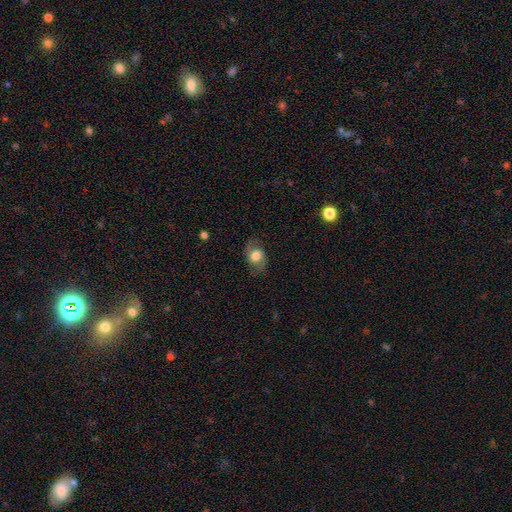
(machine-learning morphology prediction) This appears to be a smooth galaxy with no disk features (53%) that is in between round and cigar-shaped (64%). Merging: none (72%).